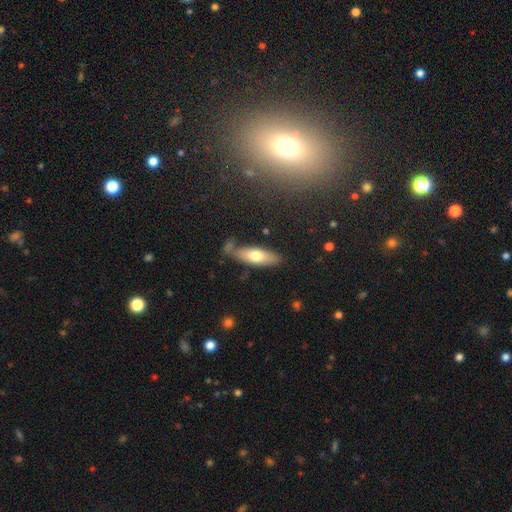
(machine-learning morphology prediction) A smooth galaxy with no disk features (66%) that is in between round and cigar-shaped (54%).

Vote fractions:
- Smooth or featured? smooth: 66% / featured or disk: 28% / star or artifact: 6%
- How rounded? in between: 54% / cigar-shaped: 44% / round: 2%
- Merging? none: 70% / minor disturbance: 17% / merger: 8% / major disturbance: 5%